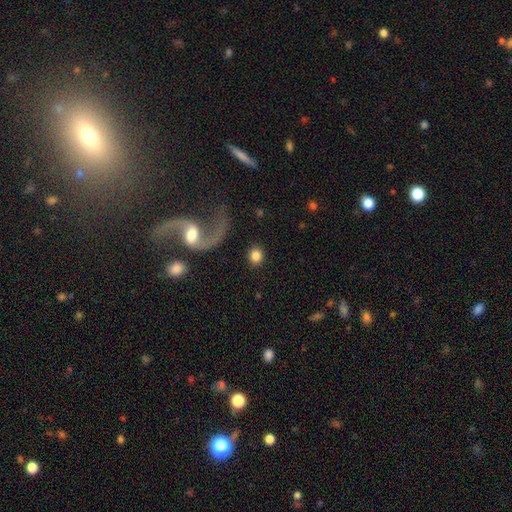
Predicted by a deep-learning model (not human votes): This appears to be a smooth galaxy with no disk features (79%) that is round (80%). Merging: none (86%).